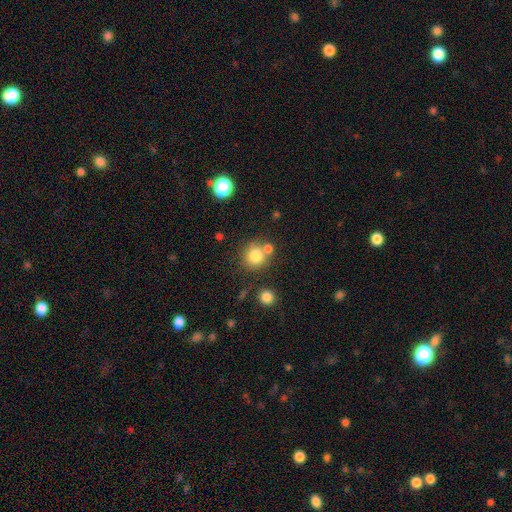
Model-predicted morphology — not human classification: smooth-or-featured: smooth: 80% | star or artifact: 12% | featured or disk: 8%
  how-rounded: round: 88% | in between: 11% | cigar-shaped: 1%
  merging: none: 65% | merger: 21% | minor disturbance: 10% | major disturbance: 4%